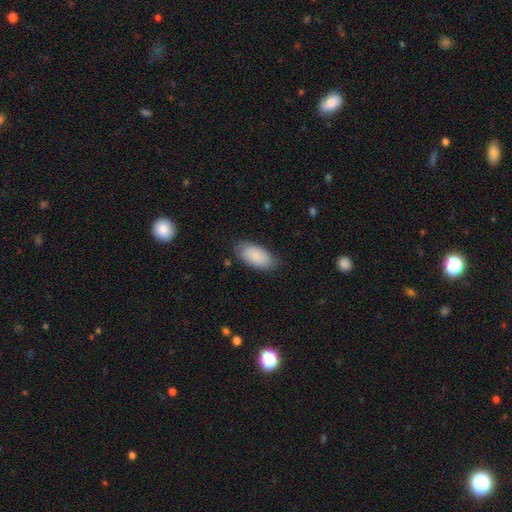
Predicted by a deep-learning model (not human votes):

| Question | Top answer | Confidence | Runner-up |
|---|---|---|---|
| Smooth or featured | smooth | 87% | featured or disk (6%) |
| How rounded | in between | 94% | cigar-shaped (4%) |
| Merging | none | 79% | minor disturbance (16%) |